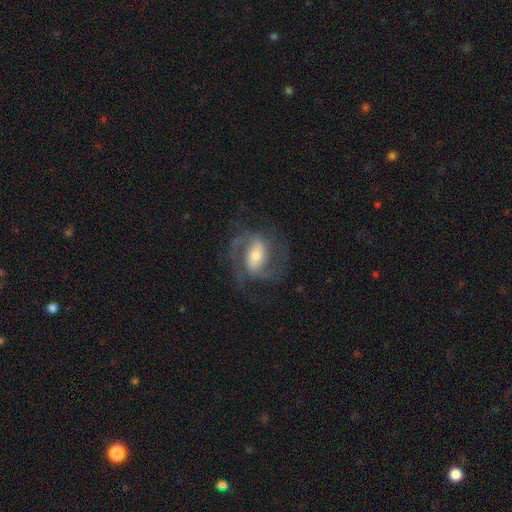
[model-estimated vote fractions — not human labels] A featured or disk galaxy (85%) with a strong bar (40%), 2 (81%) medium (56%) spiral arms (95%) and a moderate central bulge (51%).

Vote fractions:
- Smooth or featured? featured or disk: 85% / smooth: 9% / star or artifact: 6%
- Edge-on disk? no: 97% / yes: 3%
- Bar? strong: 40% / weak: 39% / no: 21%
- Spiral arms? yes: 95% / no: 5%
- Spiral winding? medium: 56% / tight: 27% / loose: 17%
- Spiral arm count? 2: 81% / 3: 7% / can't tell: 6% / 1: 2% / 4: 2% / more than 4: 2%
- Bulge size? moderate: 51% / small: 35% / large: 10% / none: 2% / dominant: 2%
- Merging? none: 72% / minor disturbance: 15% / major disturbance: 13% / merger: 1%